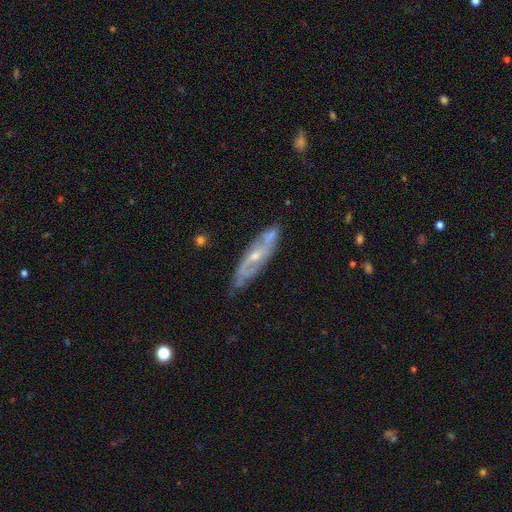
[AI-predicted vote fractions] Q: Smooth or featured?
A: featured or disk (76%); runner-up: smooth (18%)
Q: Edge-on disk?
A: no (68%); runner-up: yes (32%)
Q: Bar?
A: no (53%); runner-up: weak (35%)
Q: Spiral arms?
A: yes (84%); runner-up: no (16%)
Q: Bulge size?
A: small (54%); runner-up: moderate (42%)
Q: Merging?
A: none (70%); runner-up: minor disturbance (21%)